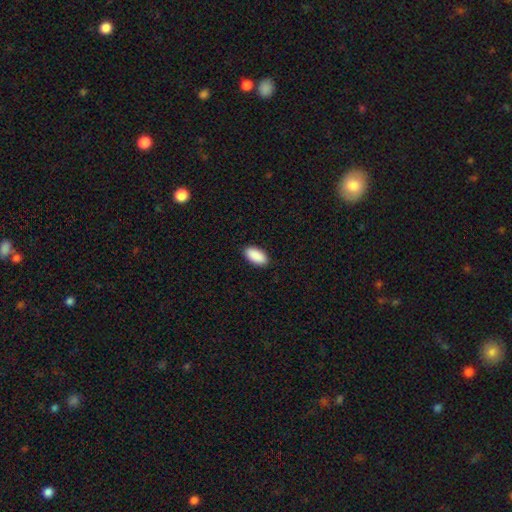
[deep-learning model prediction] This is clearly a smooth galaxy (92%). How rounded: clearly in between (94%). Merging: clearly none (91%).